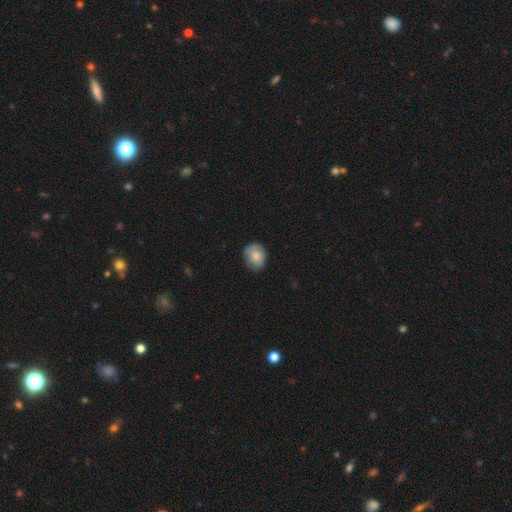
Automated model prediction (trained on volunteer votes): smooth_or_featured: smooth (p=0.80) [alt: featured or disk p=0.13]
how_rounded: round (p=0.66) [alt: in between p=0.33]
merging: none (p=0.74) [alt: minor disturbance p=0.21]